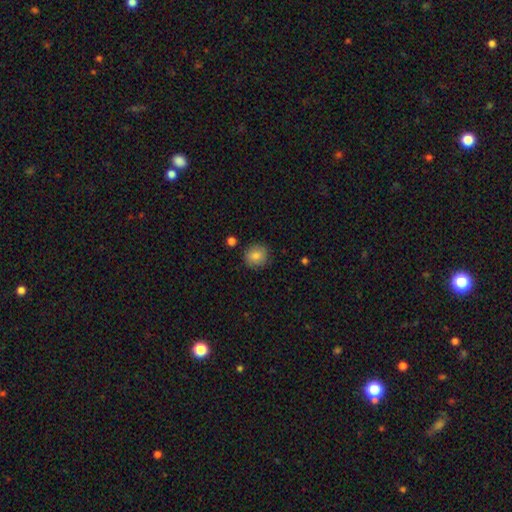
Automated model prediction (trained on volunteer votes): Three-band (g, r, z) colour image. It shows a smooth galaxy with no disk features (83%) that is round (89%). Merging: none (87%).